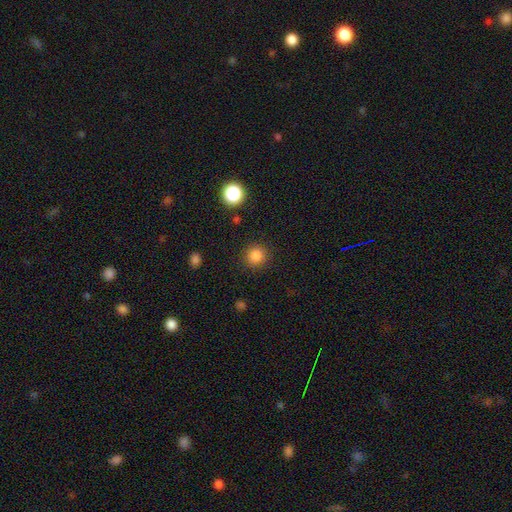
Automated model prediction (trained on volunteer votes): This is clearly a smooth galaxy (84%). How rounded: clearly round (93%). Merging: clearly none (89%).